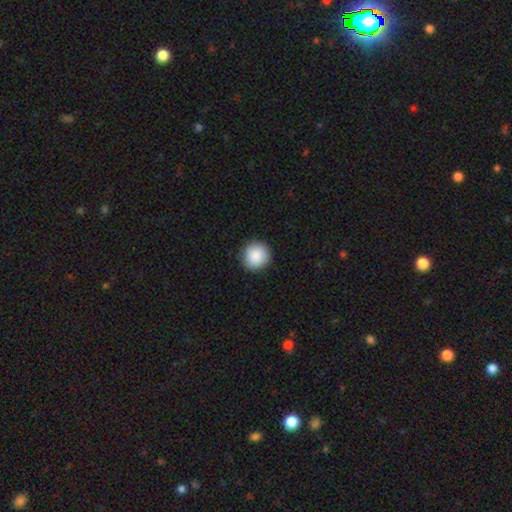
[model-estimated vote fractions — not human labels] Smooth or featured?
  - smooth: 88% *
  - star or artifact: 8%
  - featured or disk: 4%
How rounded?
  - round: 94% *
  - in between: 5%
  - cigar-shaped: 1%
Merging?
  - none: 91% *
  - minor disturbance: 6%
  - major disturbance: 2%
  - merger: 1%